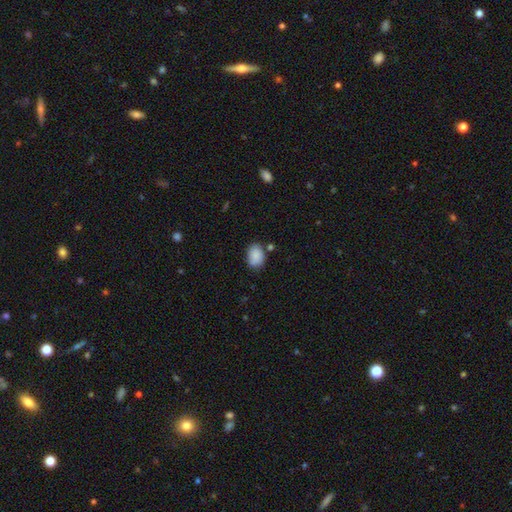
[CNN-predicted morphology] Overall: smooth (87%). How rounded: in between (76%). Merging: none (70%).